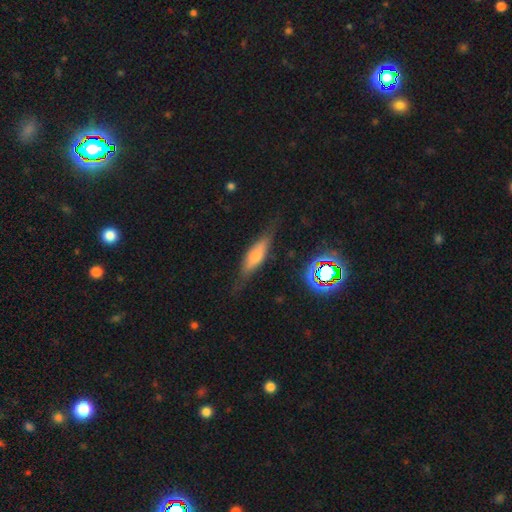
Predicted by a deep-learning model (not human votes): smooth-or-featured: featured or disk: 48% | smooth: 42% | star or artifact: 10%
  merging: none: 73% | minor disturbance: 19% | major disturbance: 6% | merger: 2%